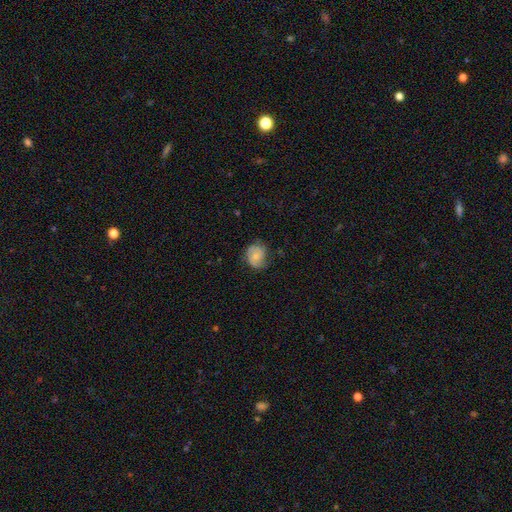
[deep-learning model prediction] Smooth or featured? Predicted: featured or disk (p=0.49). Merging? Predicted: none (p=0.64).